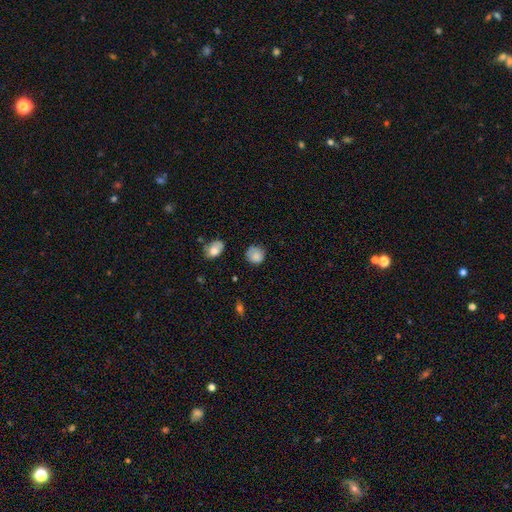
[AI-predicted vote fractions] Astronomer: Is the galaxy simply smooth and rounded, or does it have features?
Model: smooth — 81%.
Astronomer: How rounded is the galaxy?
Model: round — 84%.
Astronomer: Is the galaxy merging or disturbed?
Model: none — 68%.